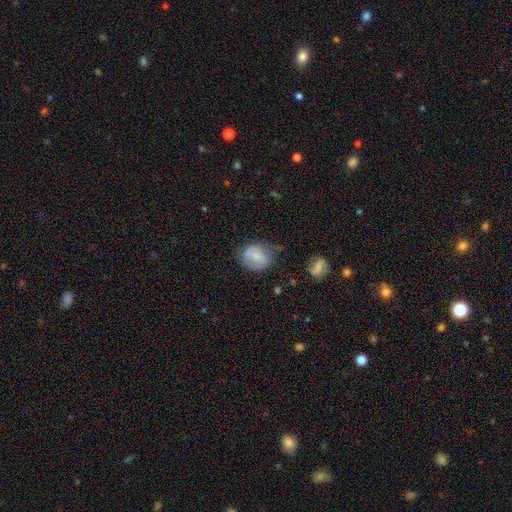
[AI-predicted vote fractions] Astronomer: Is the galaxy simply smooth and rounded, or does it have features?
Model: smooth — 64%.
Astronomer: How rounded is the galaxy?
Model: round — 67%.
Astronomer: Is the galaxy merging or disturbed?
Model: none — 59%.